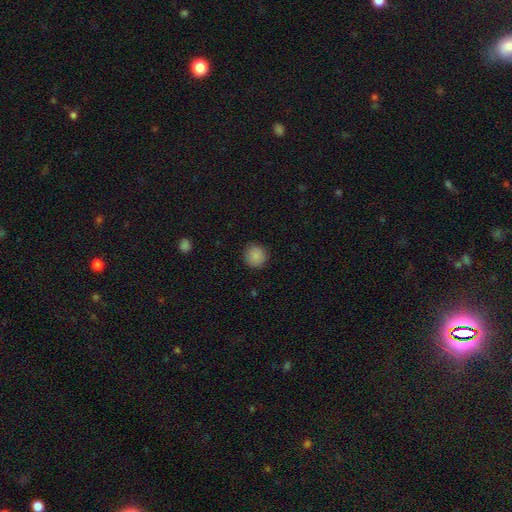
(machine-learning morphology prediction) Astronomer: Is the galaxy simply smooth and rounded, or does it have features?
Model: smooth — 87%.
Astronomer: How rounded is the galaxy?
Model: round — 90%.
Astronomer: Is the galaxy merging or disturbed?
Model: none — 87%.